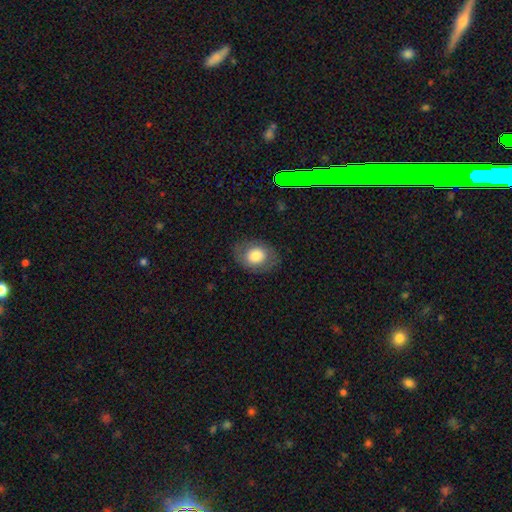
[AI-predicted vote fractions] A smooth galaxy with no disk features (74%) that is in between round and cigar-shaped (61%). Merging: none (81%).